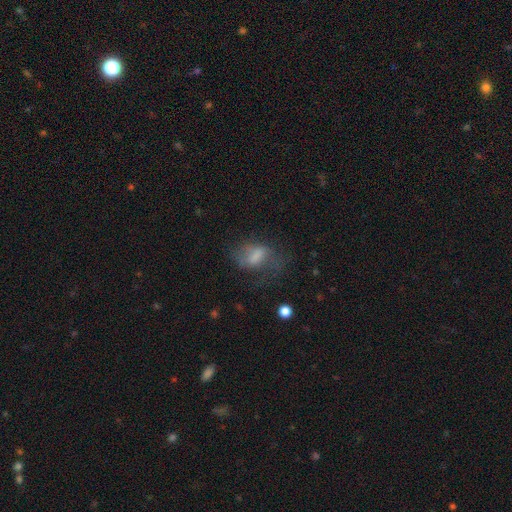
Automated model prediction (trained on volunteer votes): A smooth galaxy with no disk features (57%) that is in between round and cigar-shaped (82%). Merging: none (42%).